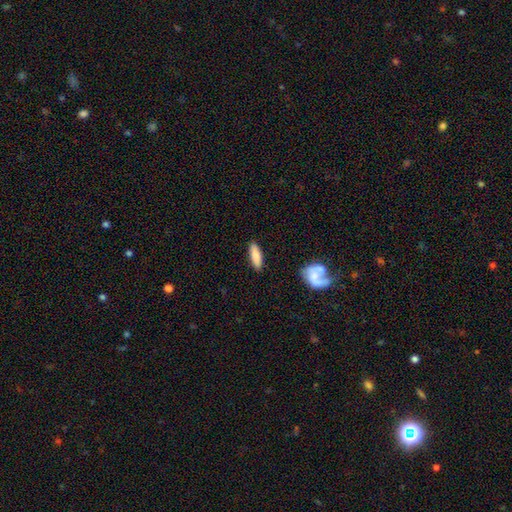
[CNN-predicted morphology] Smooth or featured: smooth — 84% (featured or disk — 11%)
How rounded: in between — 50% (cigar-shaped — 48%)
Merging: none — 87% (minor disturbance — 9%)